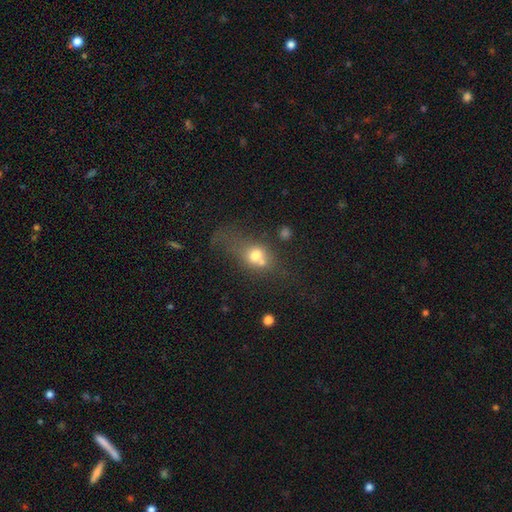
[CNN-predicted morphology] Q: Smooth or featured?
A: smooth (64%); runner-up: featured or disk (22%)
Q: How rounded?
A: round (53%); runner-up: in between (43%)
Q: Merging?
A: merger (38%); runner-up: none (30%)